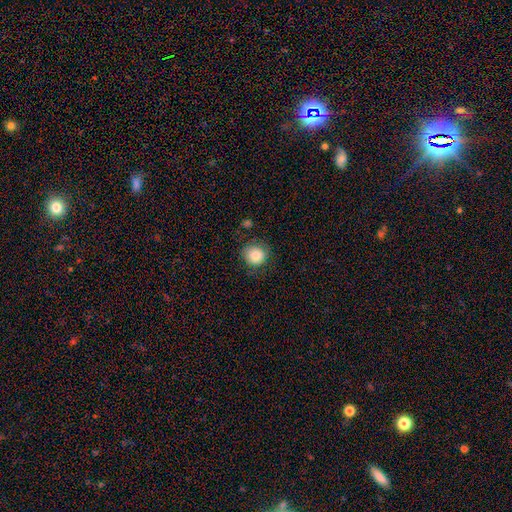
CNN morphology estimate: smooth-or-featured: smooth: 86% | star or artifact: 9% | featured or disk: 5%
  how-rounded: round: 88% | in between: 11% | cigar-shaped: 1%
  merging: none: 79% | minor disturbance: 14% | major disturbance: 5% | merger: 2%